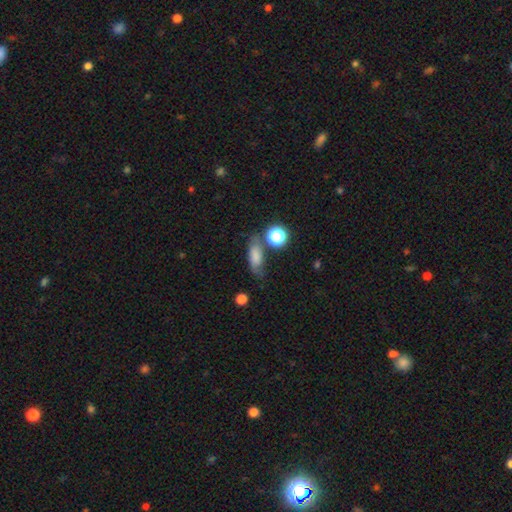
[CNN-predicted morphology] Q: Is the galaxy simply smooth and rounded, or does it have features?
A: smooth — 69%.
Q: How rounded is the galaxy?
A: in between — 70%.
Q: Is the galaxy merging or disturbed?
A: none — 58%.